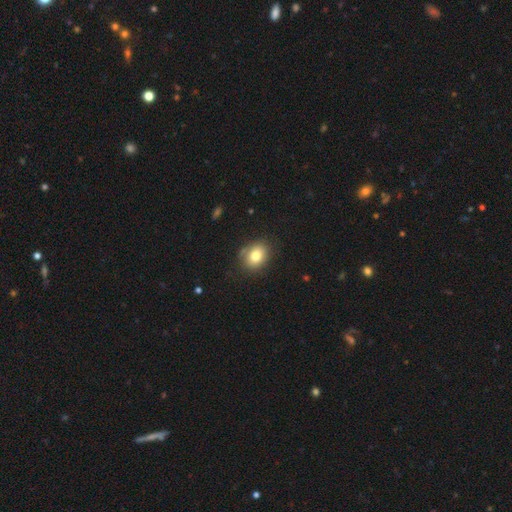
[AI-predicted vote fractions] Smooth or featured: smooth — 78% (featured or disk — 13%)
How rounded: in between — 55% (round — 44%)
Merging: none — 76% (minor disturbance — 17%)